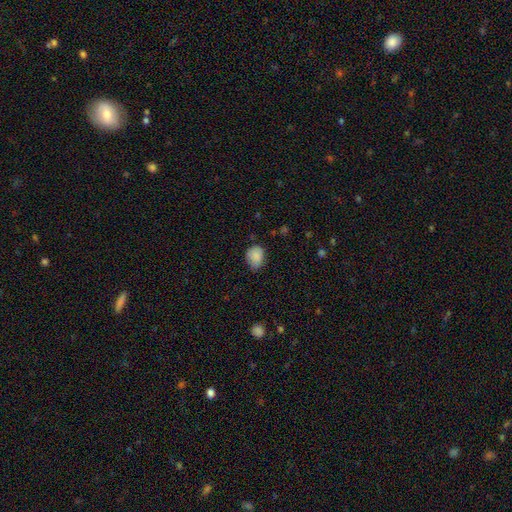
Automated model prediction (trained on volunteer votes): smooth-or-featured: smooth: 86% | star or artifact: 8% | featured or disk: 6%
  how-rounded: in between: 61% | round: 38% | cigar-shaped: 1%
  merging: none: 61% | minor disturbance: 32% | major disturbance: 6% | merger: 1%